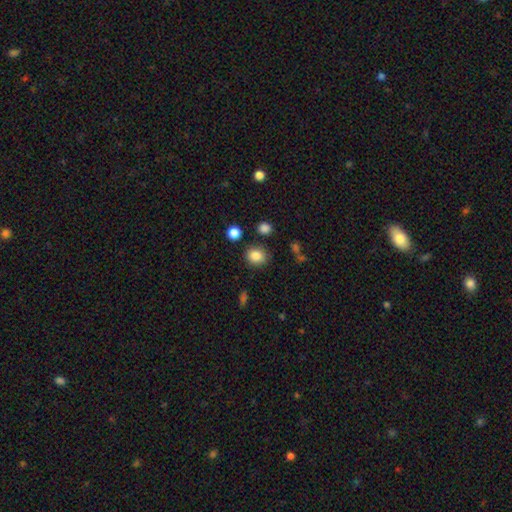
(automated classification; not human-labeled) smooth 84%, star or artifact 10%, featured or disk 5%. Down the decision tree: how rounded — round (69%); merging — none (83%).